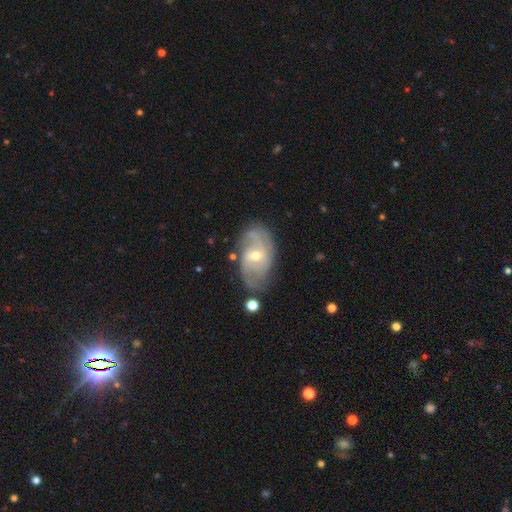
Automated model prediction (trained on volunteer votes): smooth-or-featured: featured or disk: 78% | smooth: 14% | star or artifact: 7%
  disk-edge-on: no: 95% | yes: 5%
    bar: no: 46% | weak: 45% | strong: 9%
    has-spiral-arms: yes: 91% | no: 9%
      spiral-winding: medium: 42% | tight: 39% | loose: 19%
      spiral-arm-count: 2: 43% | can't tell: 28% | 3: 16% | 4: 5% | 1: 4% | more than 4: 3%
    bulge-size: moderate: 49% | small: 48% | large: 1% | none: 1% | dominant: 1%
  merging: none: 71% | minor disturbance: 20% | major disturbance: 6% | merger: 4%